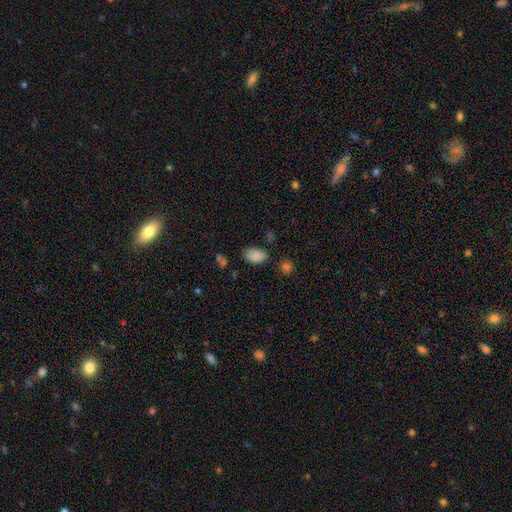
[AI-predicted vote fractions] This is clearly a smooth galaxy (86%). How rounded: clearly in between (91%). Merging: likely none (76%).